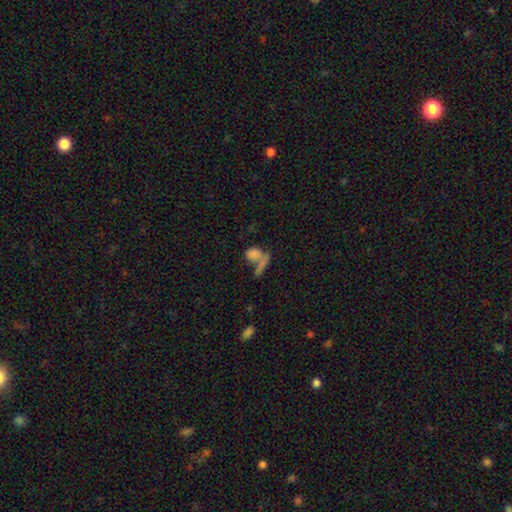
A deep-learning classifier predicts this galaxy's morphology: Smooth or featured? smooth (71%)
How rounded? in between (56%)
Merging? merger (47%)